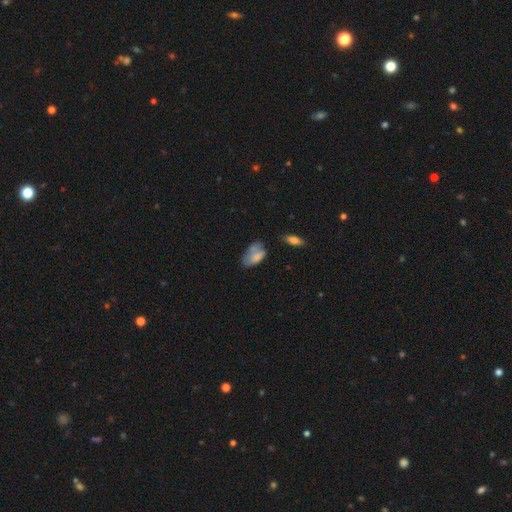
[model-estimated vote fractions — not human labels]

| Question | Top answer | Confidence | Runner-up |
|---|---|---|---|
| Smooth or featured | smooth | 72% | featured or disk (19%) |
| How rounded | in between | 91% | round (5%) |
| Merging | none | 38% | minor disturbance (34%) |